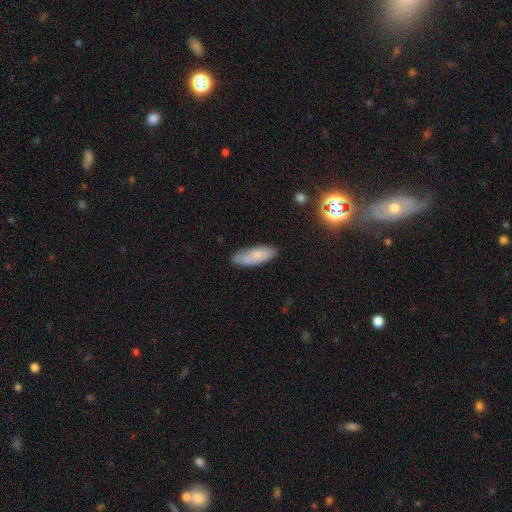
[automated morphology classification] Q: Smooth or featured?
A: smooth (71%); runner-up: featured or disk (20%)
Q: How rounded?
A: in between (63%); runner-up: cigar-shaped (35%)
Q: Merging?
A: none (73%); runner-up: minor disturbance (20%)